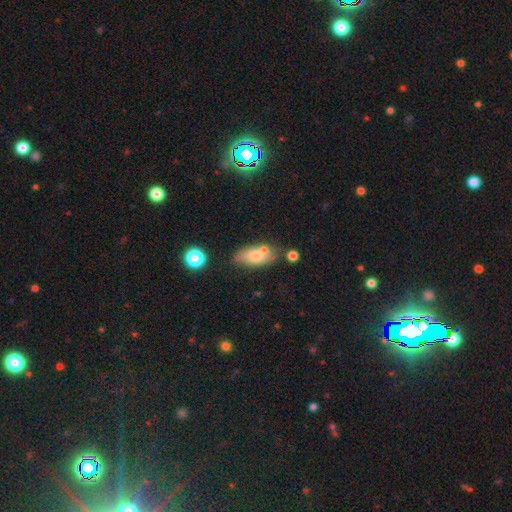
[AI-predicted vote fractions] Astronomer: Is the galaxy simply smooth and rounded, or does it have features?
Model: smooth — 71%.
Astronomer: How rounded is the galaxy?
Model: in between — 86%.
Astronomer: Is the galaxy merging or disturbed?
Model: none — 64%.